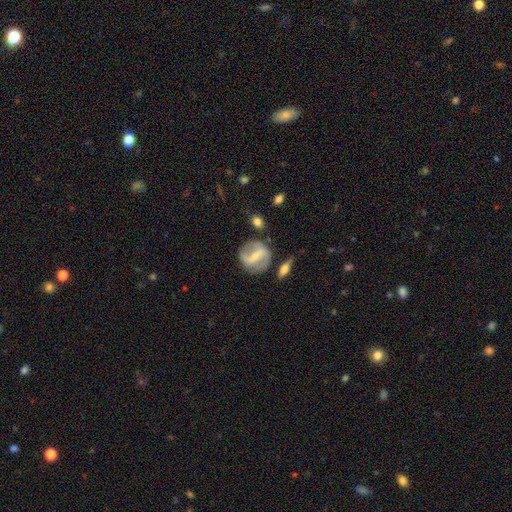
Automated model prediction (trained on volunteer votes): A featured or disk galaxy (69%) with a strong bar (52%), spiral arms (76%) and a small central bulge (66%).

Vote fractions:
- Smooth or featured? featured or disk: 69% / smooth: 25% / star or artifact: 6%
- Edge-on disk? no: 94% / yes: 6%
- Bar? strong: 52% / weak: 32% / no: 16%
- Spiral arms? yes: 76% / no: 24%
- Bulge size? small: 66% / moderate: 25% / none: 6% / large: 1% / dominant: 1%
- Merging? none: 72% / minor disturbance: 16% / merger: 6% / major disturbance: 6%